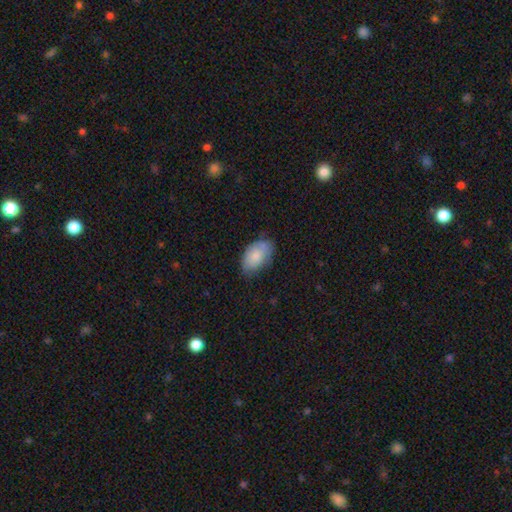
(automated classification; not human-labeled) smooth_or_featured: smooth (p=0.75) [alt: featured or disk p=0.19]
how_rounded: in between (p=0.93) [alt: round p=0.06]
merging: none (p=0.62) [alt: minor disturbance p=0.29]